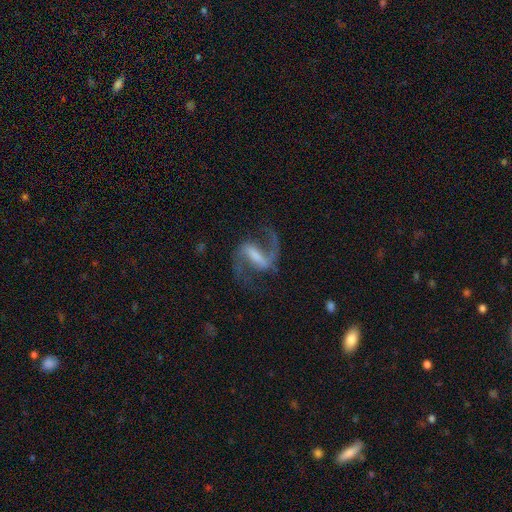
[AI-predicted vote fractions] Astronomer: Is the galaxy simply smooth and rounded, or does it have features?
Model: featured or disk — 91%.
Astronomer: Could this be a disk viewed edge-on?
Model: no — 97%.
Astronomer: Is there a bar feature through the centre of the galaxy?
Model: strong — 59%.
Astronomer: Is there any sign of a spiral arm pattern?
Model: yes — 98%.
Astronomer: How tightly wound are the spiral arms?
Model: medium — 52% (runner-up: loose, 41%).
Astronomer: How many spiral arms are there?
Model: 2 — 94%.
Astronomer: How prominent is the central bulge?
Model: none — 31% (runner-up: small, 29%).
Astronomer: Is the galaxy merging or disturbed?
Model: none — 79%.